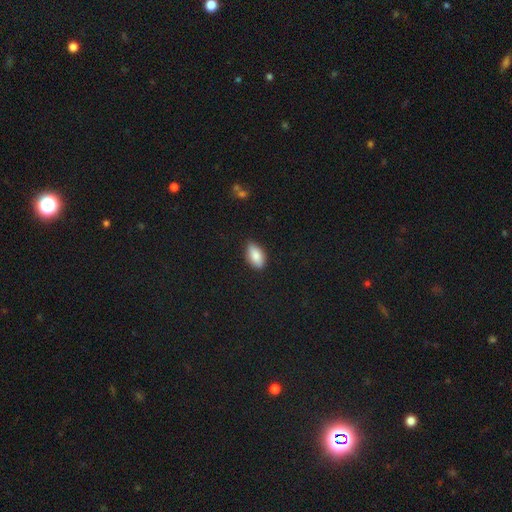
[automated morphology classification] Overall: smooth (85%). How rounded: in between (92%). Merging: none (83%).